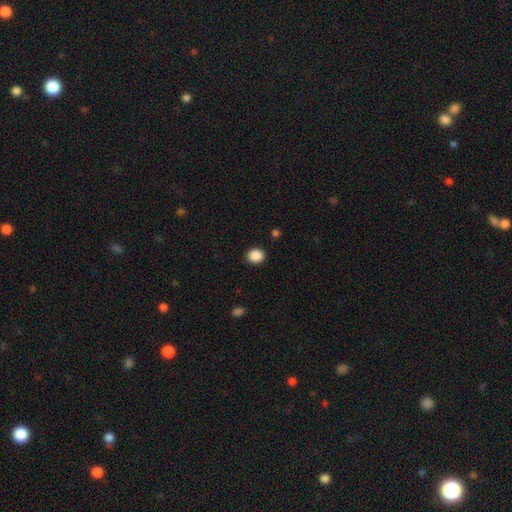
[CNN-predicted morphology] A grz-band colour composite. It shows a smooth galaxy with no disk features (88%) that is round (75%). Merging: none (91%).